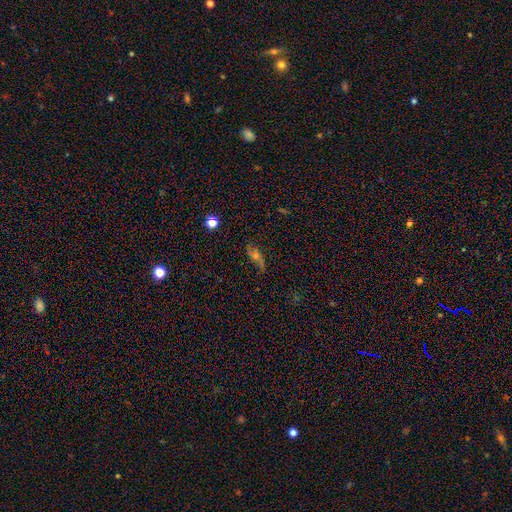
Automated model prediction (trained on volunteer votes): smooth_or_featured: featured or disk (p=0.53) [alt: smooth p=0.29]
disk_edge_on: no (p=0.75) [alt: yes p=0.25]
merging: none (p=0.67) [alt: minor disturbance p=0.20]